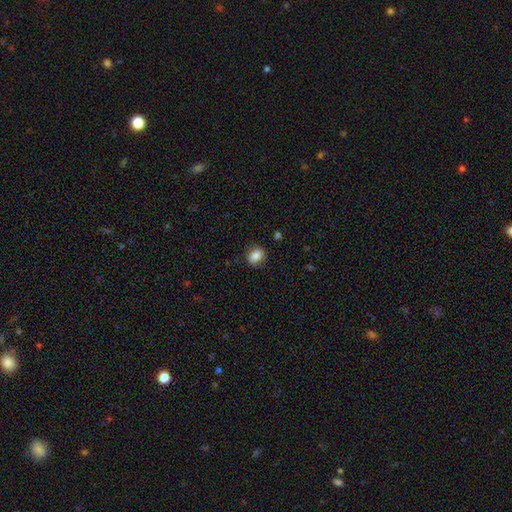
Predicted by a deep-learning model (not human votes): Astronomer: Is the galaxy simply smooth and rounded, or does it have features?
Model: smooth — 82%.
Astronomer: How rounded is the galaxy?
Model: in between — 54% (runner-up: round, 45%).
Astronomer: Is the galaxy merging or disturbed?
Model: none — 80%.